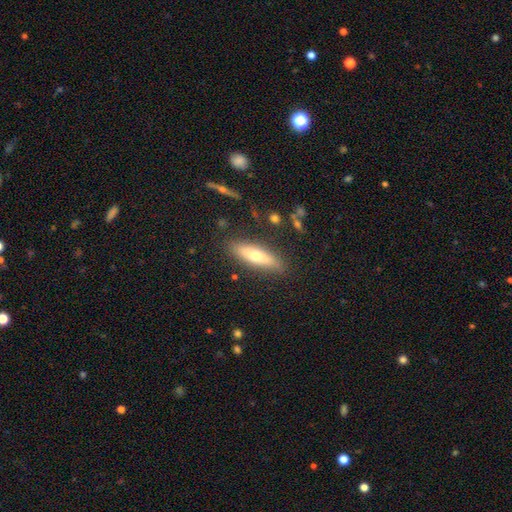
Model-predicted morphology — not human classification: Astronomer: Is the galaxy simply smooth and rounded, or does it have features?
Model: smooth — 56% (runner-up: featured or disk, 37%).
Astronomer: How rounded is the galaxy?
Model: cigar-shaped — 58% (runner-up: in between, 40%).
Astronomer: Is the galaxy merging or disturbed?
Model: none — 86%.